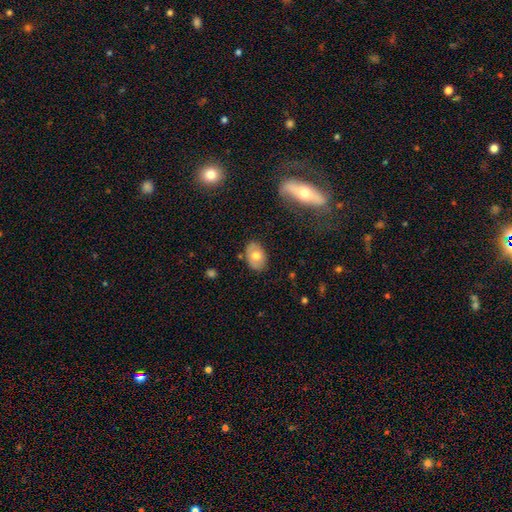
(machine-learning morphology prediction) smooth-or-featured: smooth: 64% | featured or disk: 29% | star or artifact: 8%
  how-rounded: in between: 83% | round: 16% | cigar-shaped: 1%
  merging: none: 82% | minor disturbance: 13% | major disturbance: 3% | merger: 2%